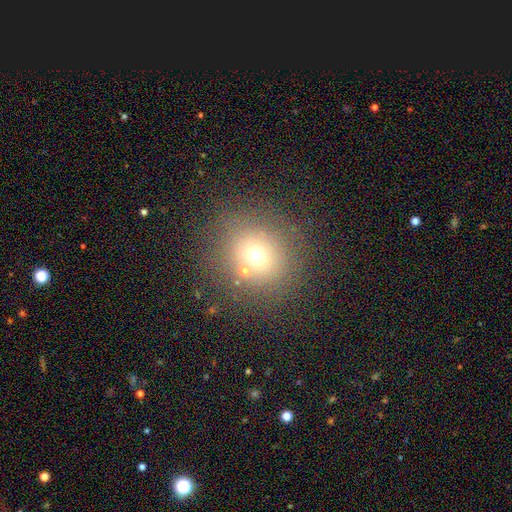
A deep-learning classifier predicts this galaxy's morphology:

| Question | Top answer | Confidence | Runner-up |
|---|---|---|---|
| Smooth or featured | smooth | 65% | star or artifact (22%) |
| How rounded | round | 89% | in between (10%) |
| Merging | none | 78% | minor disturbance (9%) |